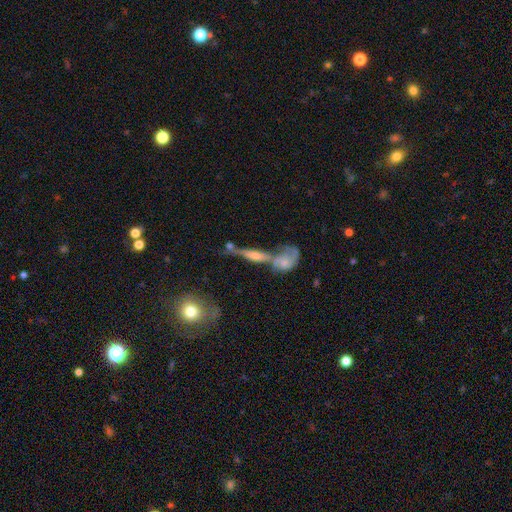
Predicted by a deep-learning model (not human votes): Smooth or featured: smooth — 39% (featured or disk — 37%)
Merging: merger — 40% (none — 38%)